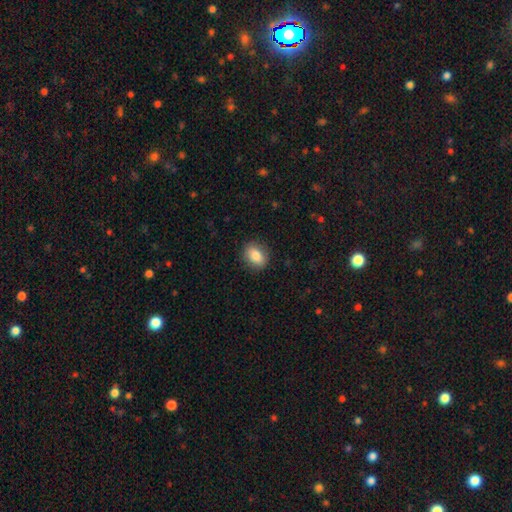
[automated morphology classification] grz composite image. It shows a smooth galaxy with no disk features (84%) that is in between round and cigar-shaped (65%). Merging: none (88%).